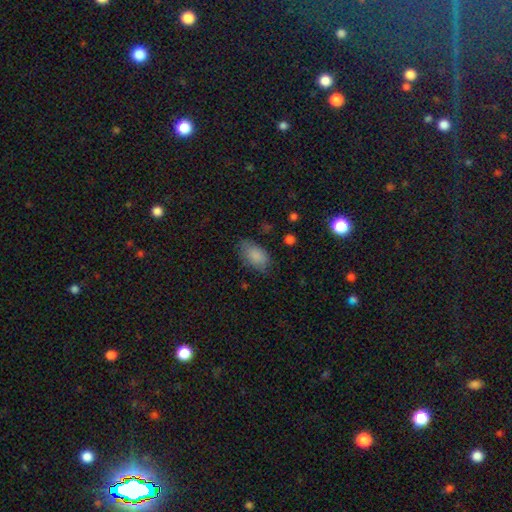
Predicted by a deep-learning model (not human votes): Q: Smooth or featured?
A: smooth (85%); runner-up: star or artifact (8%)
Q: How rounded?
A: in between (92%); runner-up: round (6%)
Q: Merging?
A: none (71%); runner-up: minor disturbance (21%)